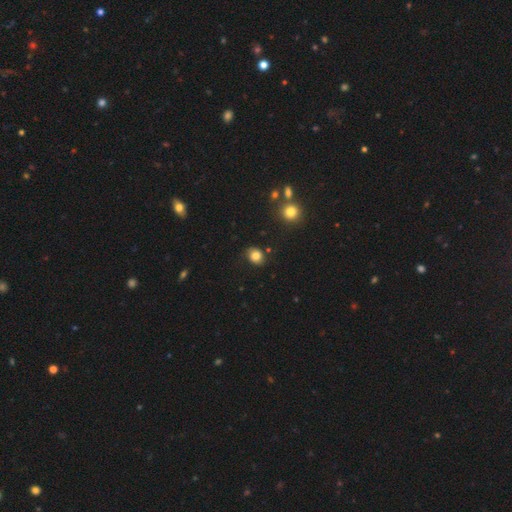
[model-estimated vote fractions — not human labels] Morphology: type=smooth (81%); roundness=round (58%); merging=none (80%).